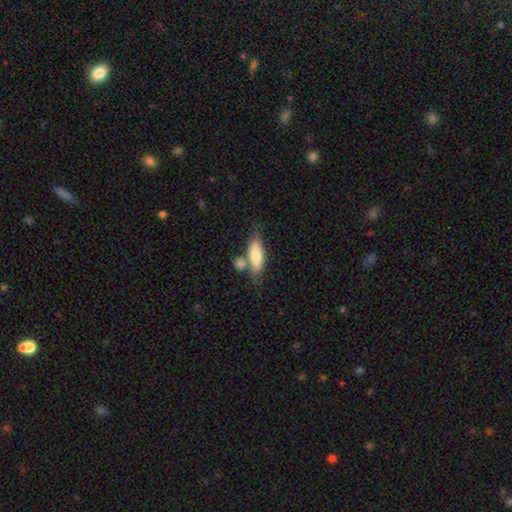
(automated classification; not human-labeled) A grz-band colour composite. It shows a smooth galaxy with no disk features (74%) that is in between round and cigar-shaped (57%). Merging: none (48%).